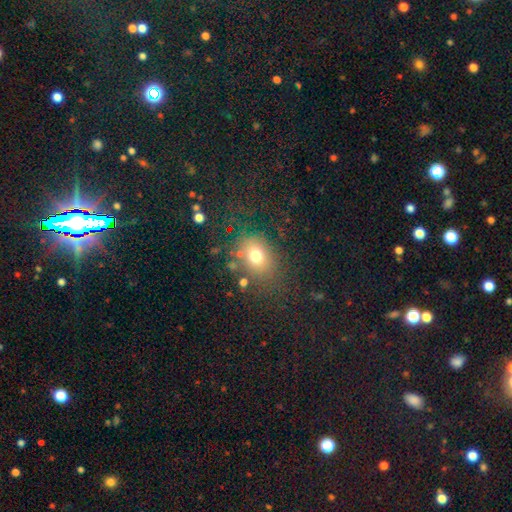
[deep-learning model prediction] A smooth galaxy with no disk features (71%) that is in between round and cigar-shaped (50%). Merging: none (71%).